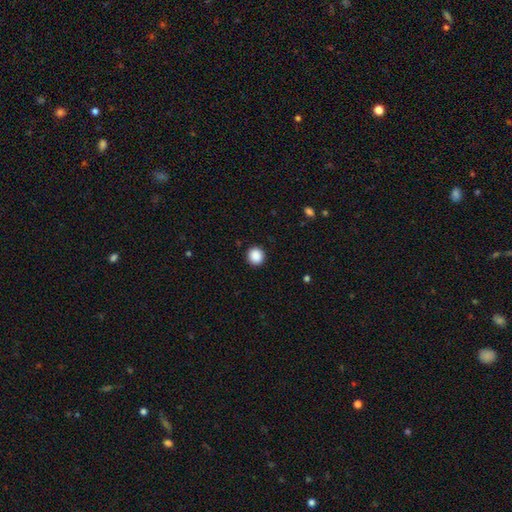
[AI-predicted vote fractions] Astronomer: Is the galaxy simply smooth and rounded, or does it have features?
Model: smooth — 89%.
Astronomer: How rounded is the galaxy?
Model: round — 93%.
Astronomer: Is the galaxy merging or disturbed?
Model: none — 92%.